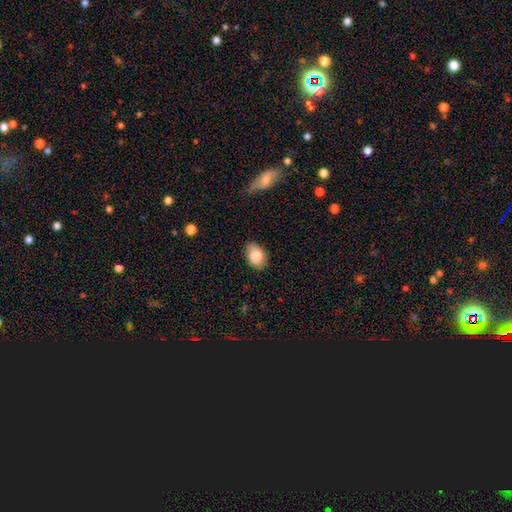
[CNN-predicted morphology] smooth 84%, featured or disk 9%, star or artifact 7%. Down the decision tree: how rounded — in between (80%); merging — none (74%).